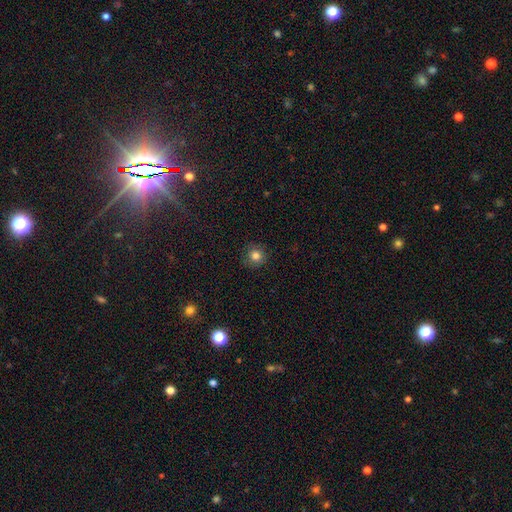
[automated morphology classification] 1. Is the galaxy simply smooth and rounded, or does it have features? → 81% smooth, 12% star or artifact, 6% featured or disk.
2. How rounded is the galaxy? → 94% round, 5% in between, 1% cigar-shaped.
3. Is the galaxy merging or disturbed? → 89% none, 8% minor disturbance, 2% major disturbance, 1% merger.